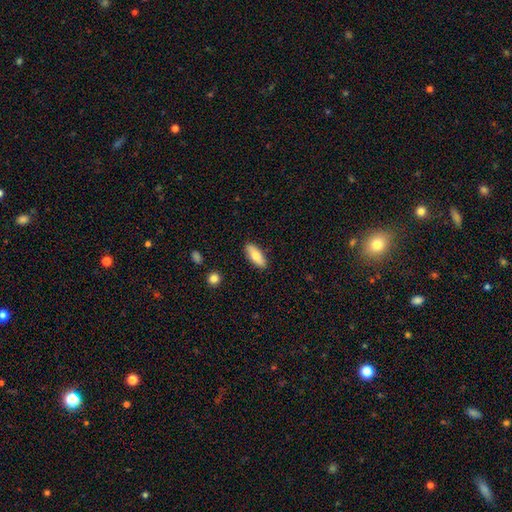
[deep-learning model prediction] This is likely a smooth galaxy (73%). How rounded: likely in between (73%). Merging: clearly none (89%).